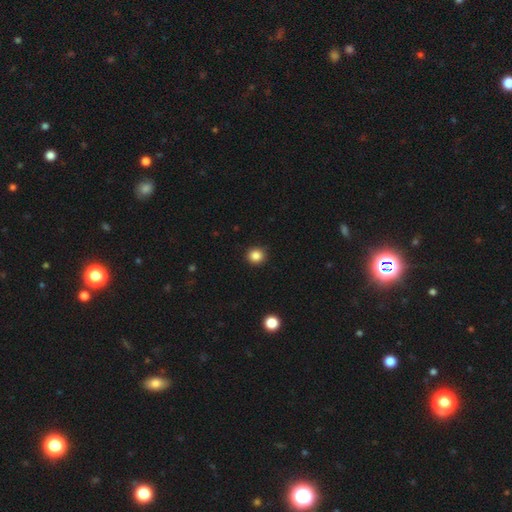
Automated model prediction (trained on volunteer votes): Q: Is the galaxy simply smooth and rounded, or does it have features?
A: smooth — 85%.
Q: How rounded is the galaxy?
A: round — 90%.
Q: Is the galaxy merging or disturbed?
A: none — 92%.